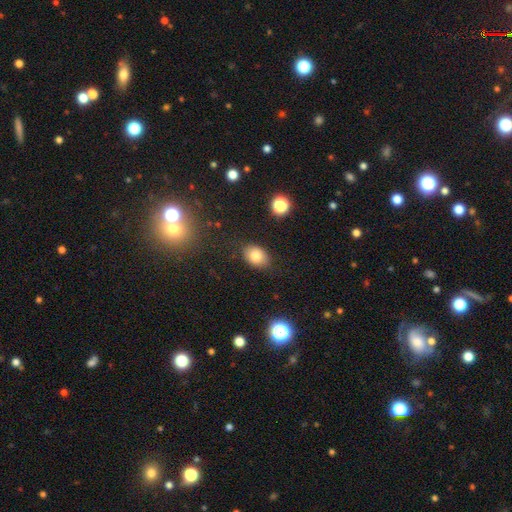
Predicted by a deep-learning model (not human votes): This is likely a smooth galaxy (80%). How rounded: likely in between (73%). Merging: clearly none (83%).